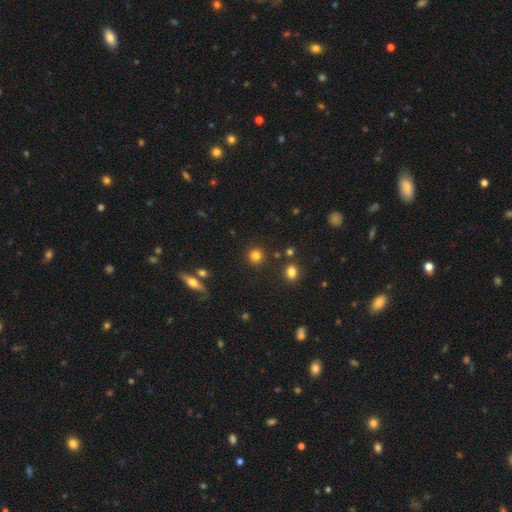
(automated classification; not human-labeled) A smooth galaxy with no disk features (82%) that is round (92%).

Vote fractions:
- Smooth or featured? smooth: 82% / star or artifact: 13% / featured or disk: 6%
- How rounded? round: 92% / in between: 7% / cigar-shaped: 1%
- Merging? none: 89% / minor disturbance: 6% / merger: 3% / major disturbance: 2%